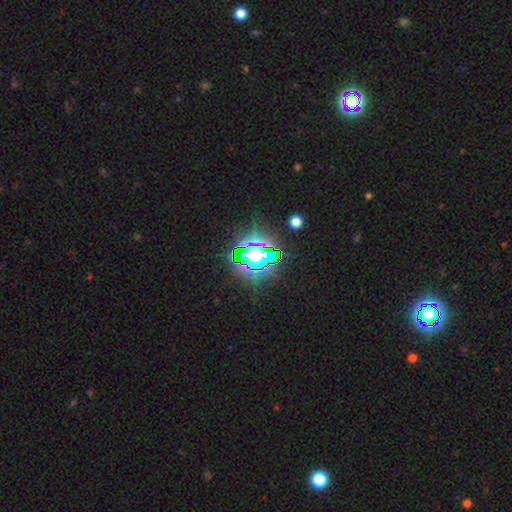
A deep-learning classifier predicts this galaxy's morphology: smooth-or-featured: star or artifact: 72% | smooth: 16% | featured or disk: 12%